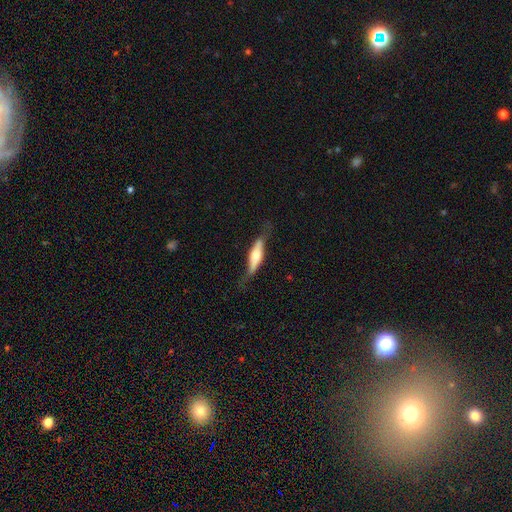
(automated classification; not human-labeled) This appears to be a featured or disk galaxy (51%) viewed edge-on (86%). Merging: none (67%).